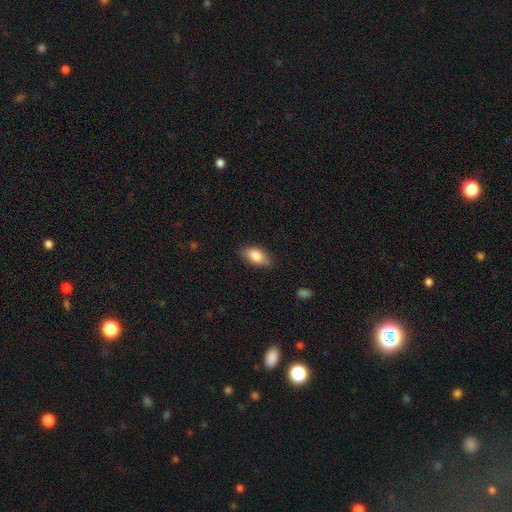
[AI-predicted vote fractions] A smooth galaxy with no disk features (83%) that is in between round and cigar-shaped (90%).

Vote fractions:
- Smooth or featured? smooth: 83% / featured or disk: 10% / star or artifact: 7%
- How rounded? in between: 90% / cigar-shaped: 6% / round: 5%
- Merging? none: 80% / minor disturbance: 16% / major disturbance: 3% / merger: 1%